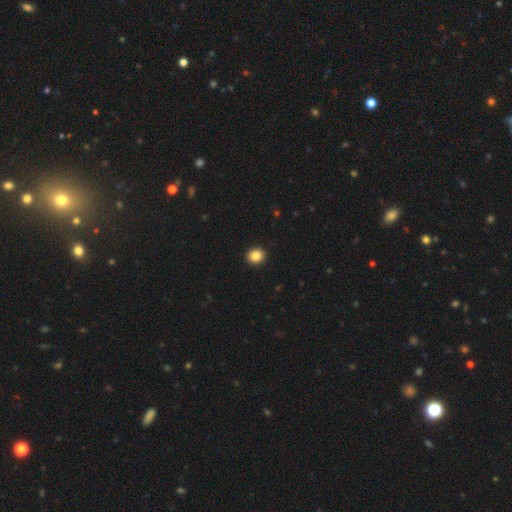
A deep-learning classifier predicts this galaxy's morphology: smooth-or-featured: smooth: 85% | star or artifact: 10% | featured or disk: 5%
  how-rounded: round: 87% | in between: 13% | cigar-shaped: 1%
  merging: none: 94% | minor disturbance: 4% | major disturbance: 1% | merger: 1%